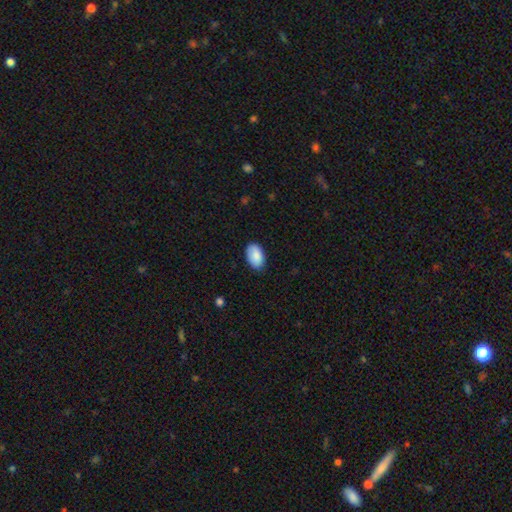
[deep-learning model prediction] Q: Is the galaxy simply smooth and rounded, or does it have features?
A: smooth — 88%.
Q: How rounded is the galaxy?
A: in between — 93%.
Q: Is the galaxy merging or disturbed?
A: none — 83%.